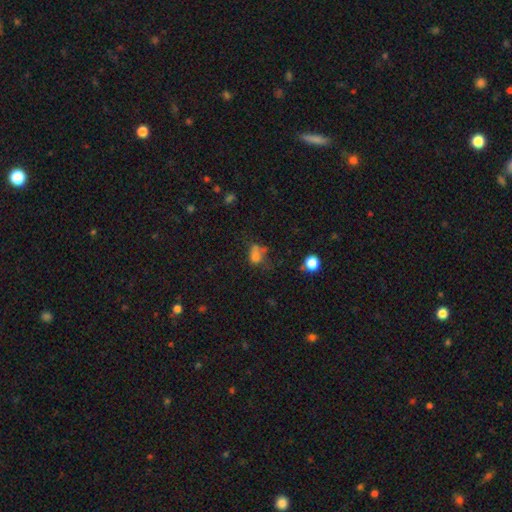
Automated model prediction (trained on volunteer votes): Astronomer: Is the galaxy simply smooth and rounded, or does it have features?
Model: smooth — 66%.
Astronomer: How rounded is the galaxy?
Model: in between — 63%.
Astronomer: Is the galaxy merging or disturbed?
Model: none — 33% (runner-up: major disturbance, 26%).